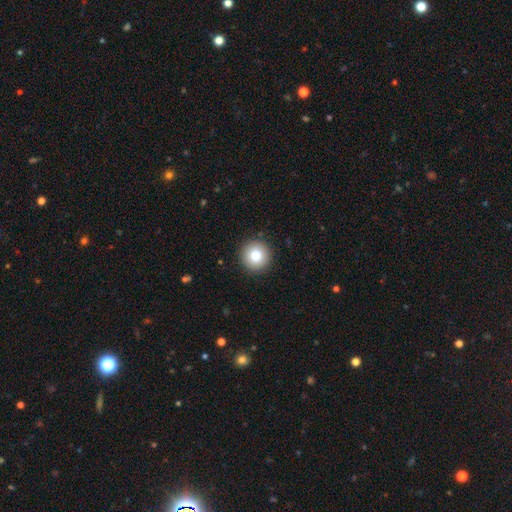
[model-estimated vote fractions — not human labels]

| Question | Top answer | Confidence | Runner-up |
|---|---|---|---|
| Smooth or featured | smooth | 78% | featured or disk (11%) |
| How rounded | round | 96% | in between (3%) |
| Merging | none | 92% | minor disturbance (5%) |